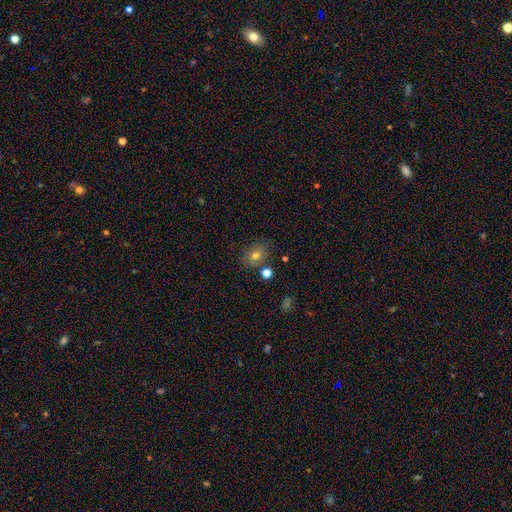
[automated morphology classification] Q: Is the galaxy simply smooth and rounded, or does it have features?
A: smooth — 70%.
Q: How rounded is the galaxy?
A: round — 53%.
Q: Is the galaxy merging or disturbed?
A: none — 76%.